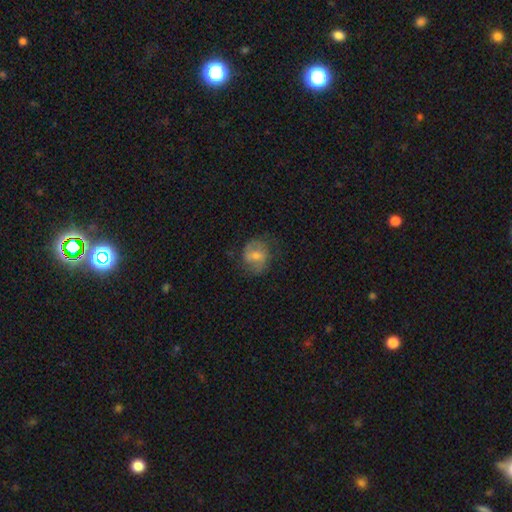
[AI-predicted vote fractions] A featured or disk galaxy (48%). Merging: none (67%).